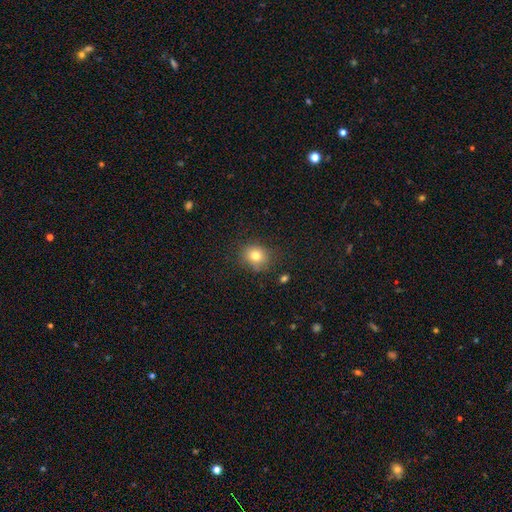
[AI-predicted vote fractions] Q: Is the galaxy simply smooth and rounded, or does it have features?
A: smooth — 78%.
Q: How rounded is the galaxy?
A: round — 77%.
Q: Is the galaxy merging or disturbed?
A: none — 81%.